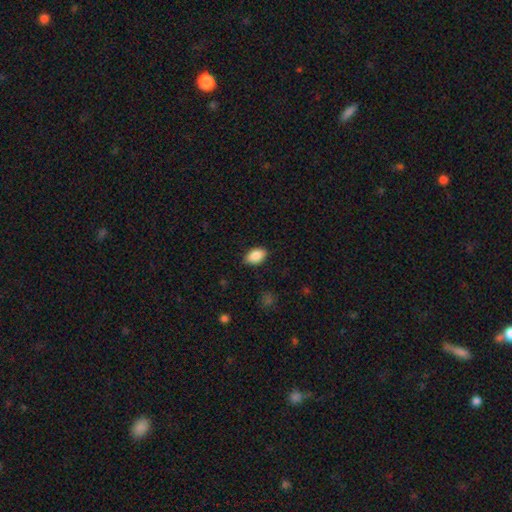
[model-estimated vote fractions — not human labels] Smooth or featured? smooth (88%)
How rounded? in between (92%)
Merging? none (86%)